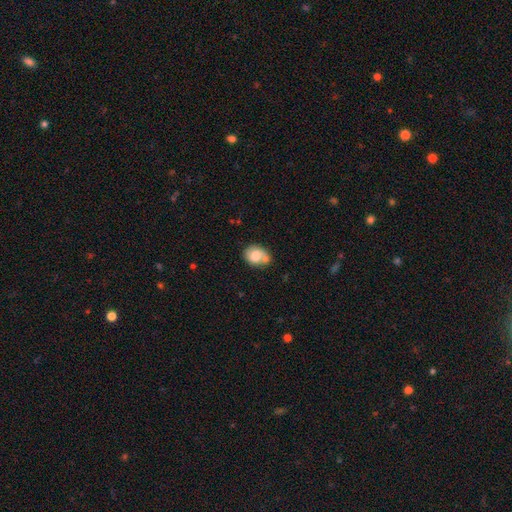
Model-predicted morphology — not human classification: Smooth or featured? Predicted: smooth (p=0.61). How rounded? Predicted: in between (p=0.57). Merging? Predicted: none (p=0.48).